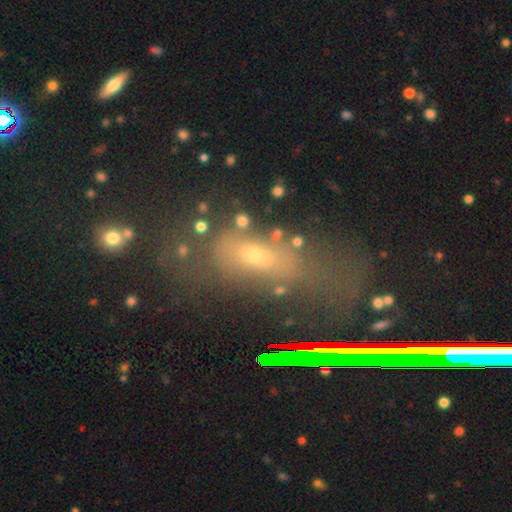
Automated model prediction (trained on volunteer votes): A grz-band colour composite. It shows a smooth galaxy with no disk features (56%) that is in between round and cigar-shaped (73%). Merging: none (45%).